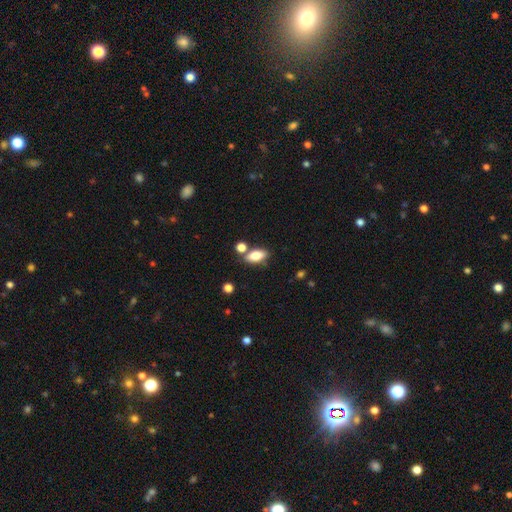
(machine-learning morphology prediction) Smooth or featured? smooth (78%)
How rounded? in between (85%)
Merging? none (69%)